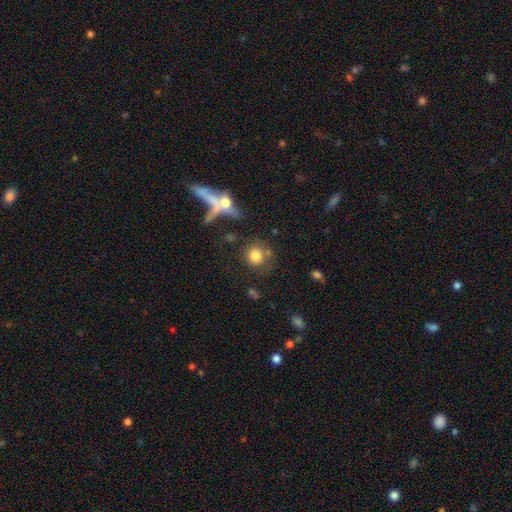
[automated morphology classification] This appears to be a smooth galaxy with no disk features (79%) that is round (85%). Merging: none (65%).